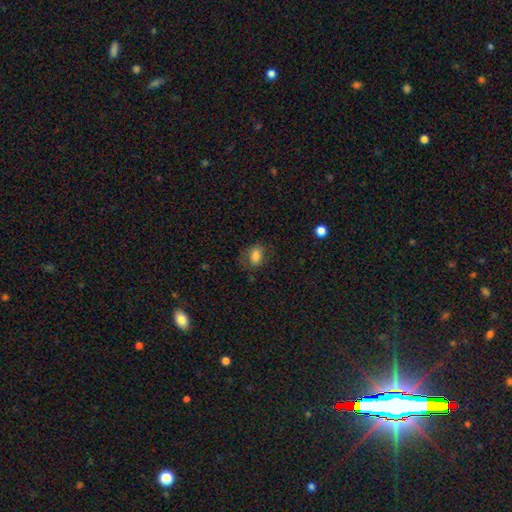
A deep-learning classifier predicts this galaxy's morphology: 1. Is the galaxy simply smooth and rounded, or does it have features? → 79% smooth, 11% featured or disk, 10% star or artifact.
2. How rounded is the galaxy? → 71% in between, 28% round, 1% cigar-shaped.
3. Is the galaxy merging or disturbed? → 66% none, 21% minor disturbance, 11% major disturbance, 2% merger.